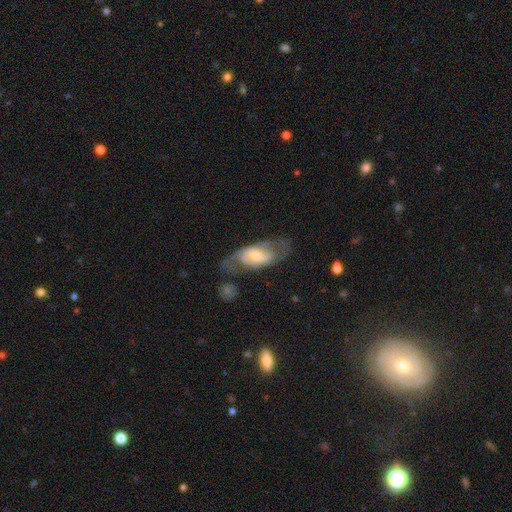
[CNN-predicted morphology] A featured or disk galaxy (70%) with a weak bar (45%), 2 (79%) medium (48%) spiral arms (86%) and a moderate central bulge (46%).

Vote fractions:
- Smooth or featured? featured or disk: 70% / smooth: 24% / star or artifact: 6%
- Edge-on disk? no: 92% / yes: 8%
- Bar? weak: 45% / no: 40% / strong: 15%
- Spiral arms? yes: 86% / no: 14%
- Spiral winding? medium: 48% / loose: 28% / tight: 23%
- Spiral arm count? 2: 79% / can't tell: 12% / 1: 5% / 3: 2% / 4: 1% / more than 4: 1%
- Bulge size? moderate: 46% / small: 38% / large: 11% / none: 4% / dominant: 2%
- Merging? none: 53% / minor disturbance: 23% / major disturbance: 19% / merger: 5%